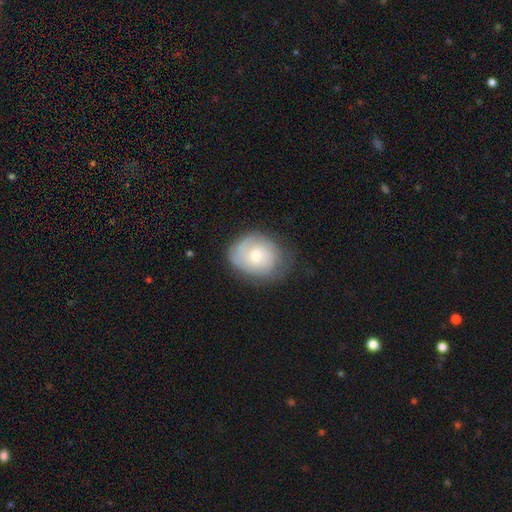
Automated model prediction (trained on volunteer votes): Smooth or featured? featured or disk (47%)
Merging? none (63%)